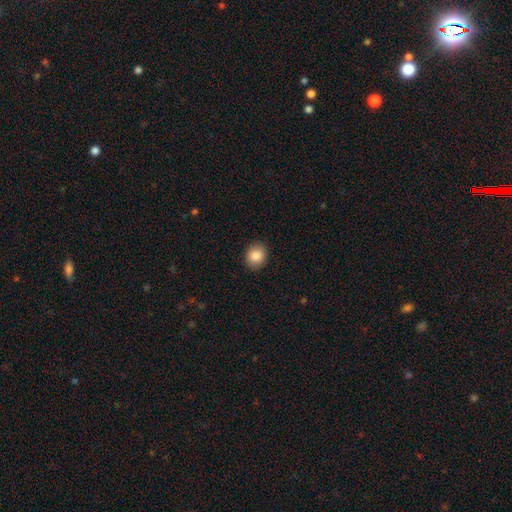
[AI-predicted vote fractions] A smooth galaxy with no disk features (85%) that is round (69%). Merging: none (91%).